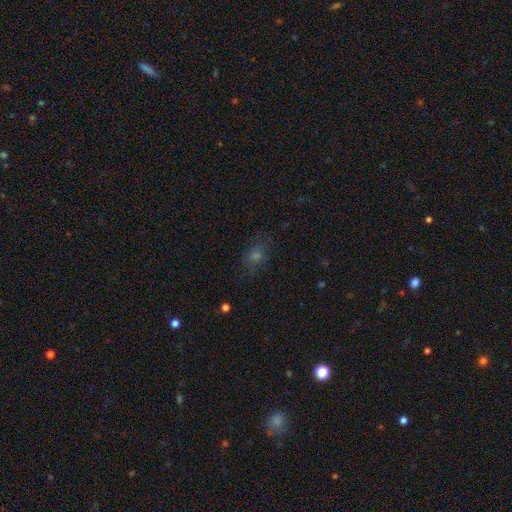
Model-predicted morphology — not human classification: Overall: smooth (48%; star or artifact 34%). Merging: none (79%).